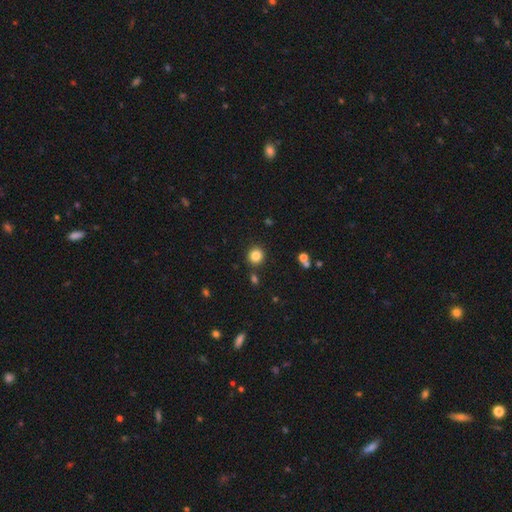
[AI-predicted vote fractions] smooth-or-featured: smooth: 84% | star or artifact: 11% | featured or disk: 5%
  how-rounded: round: 91% | in between: 8% | cigar-shaped: 1%
  merging: none: 87% | minor disturbance: 7% | merger: 4% | major disturbance: 2%